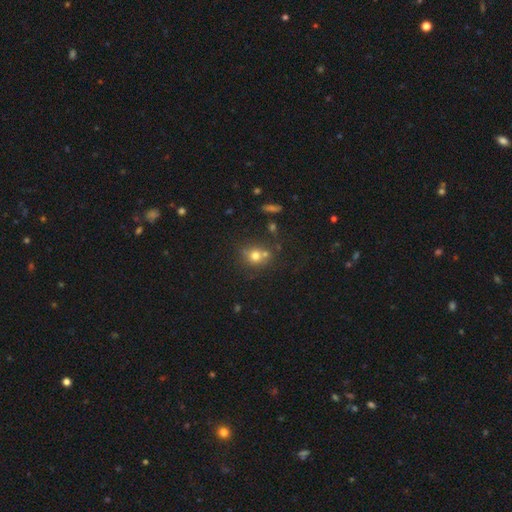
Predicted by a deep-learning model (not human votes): Smooth or featured?
  - smooth: 71% *
  - star or artifact: 16%
  - featured or disk: 14%
How rounded?
  - round: 80% *
  - in between: 19%
  - cigar-shaped: 1%
Merging?
  - none: 56% *
  - merger: 27%
  - minor disturbance: 12%
  - major disturbance: 5%